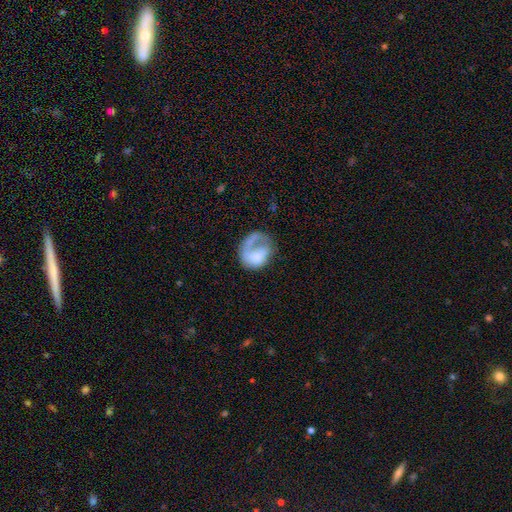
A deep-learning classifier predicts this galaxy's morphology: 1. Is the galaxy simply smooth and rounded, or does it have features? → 48% smooth, 44% featured or disk, 8% star or artifact.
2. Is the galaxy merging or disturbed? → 42% major disturbance, 33% none, 19% minor disturbance, 6% merger.